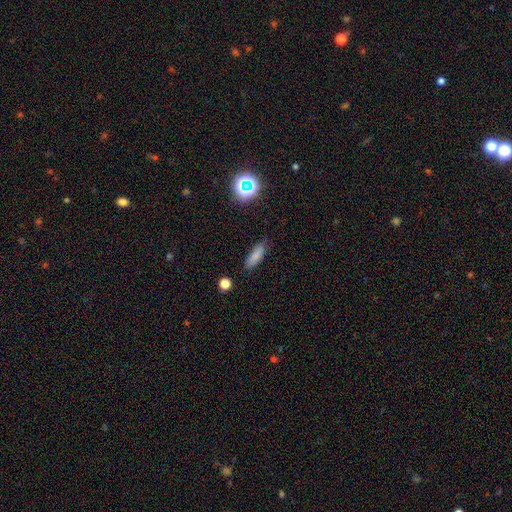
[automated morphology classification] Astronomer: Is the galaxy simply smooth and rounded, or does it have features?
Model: smooth — 80%.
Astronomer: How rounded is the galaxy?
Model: in between — 60% (runner-up: cigar-shaped, 37%).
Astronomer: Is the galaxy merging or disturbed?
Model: none — 80%.